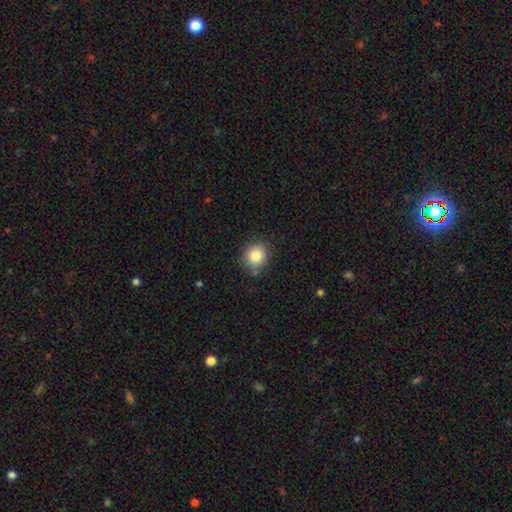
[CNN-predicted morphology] Smooth or featured? smooth (84%)
How rounded? round (82%)
Merging? none (84%)